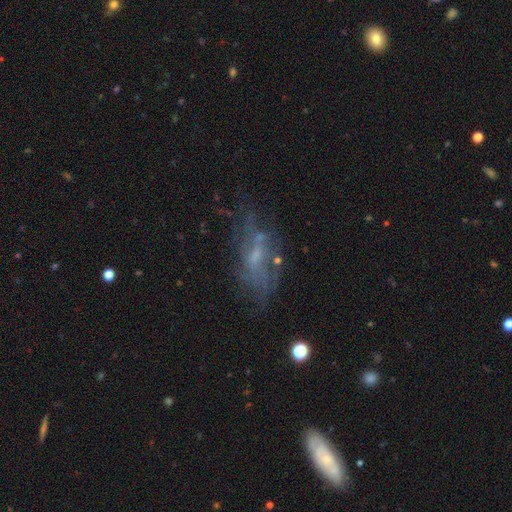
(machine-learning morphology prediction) Smooth or featured?
  - featured or disk: 56% *
  - smooth: 28%
  - star or artifact: 15%
Edge-on disk?
  - no: 87% *
  - yes: 13%
Merging?
  - none: 50% *
  - minor disturbance: 22%
  - major disturbance: 22%
  - merger: 6%